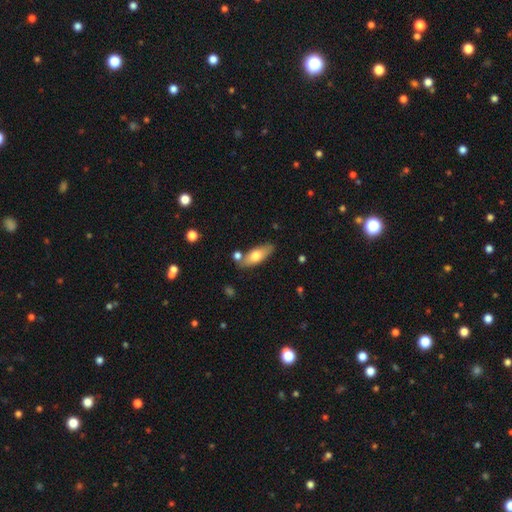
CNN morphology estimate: A smooth galaxy with no disk features (66%) that is in between round and cigar-shaped (70%). Merging: none (75%).